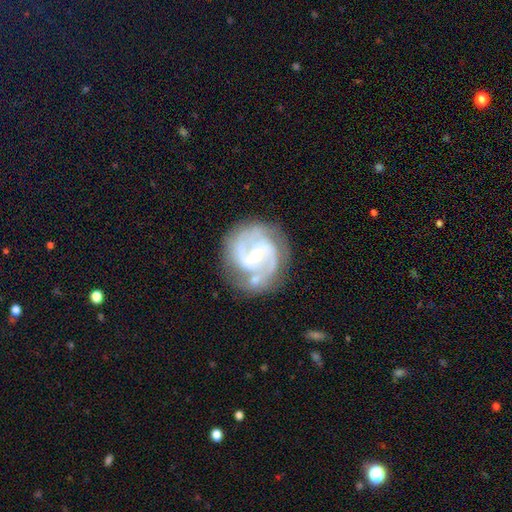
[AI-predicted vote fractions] This appears to be a featured or disk galaxy (89%) with a weak bar (43%), 2 (63%) tight (47%) spiral arms (97%) and a small central bulge (54%). Merging: none (69%).